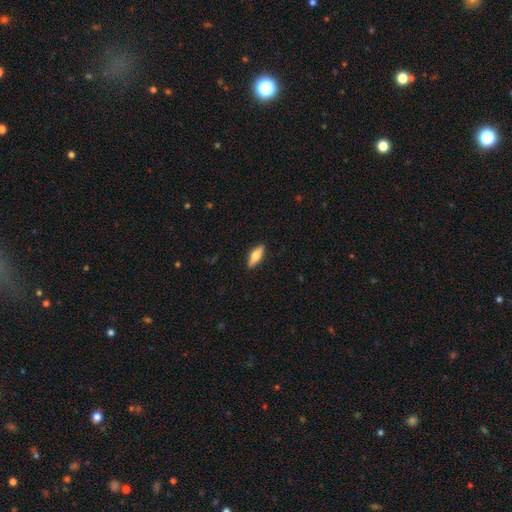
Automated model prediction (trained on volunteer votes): Smooth or featured?
  - smooth: 55% *
  - featured or disk: 39%
  - star or artifact: 6%
How rounded?
  - in between: 52% *
  - cigar-shaped: 45%
  - round: 3%
Merging?
  - none: 90% *
  - minor disturbance: 8%
  - major disturbance: 2%
  - merger: 1%